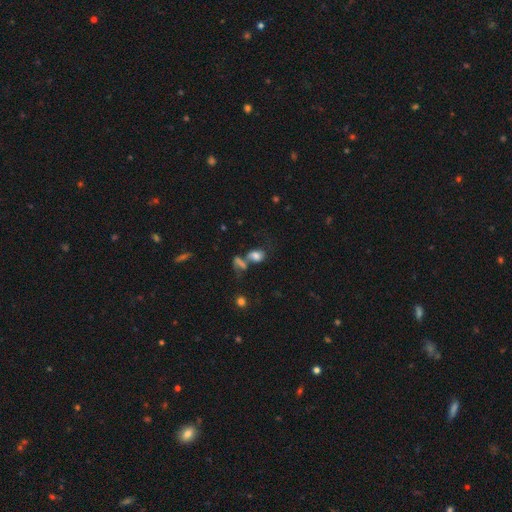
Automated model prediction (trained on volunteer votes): Morphology: type=smooth (73%); roundness=in between (62%); merging=merger (40%).